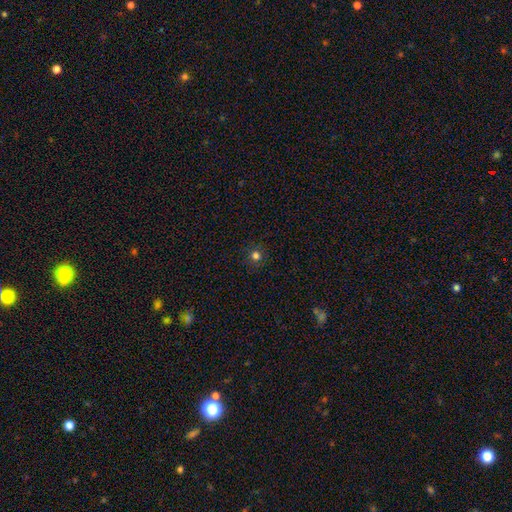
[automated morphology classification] smooth 76%, star or artifact 19%, featured or disk 6%. Down the decision tree: how rounded — round (92%); merging — none (90%).